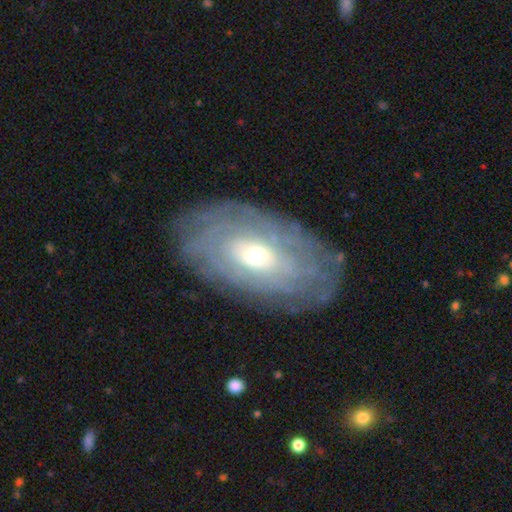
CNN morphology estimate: featured or disk 73%, smooth 20%, star or artifact 6%. Down the decision tree: edge-on disk — no (92%); bar — no (67%); spiral arms — yes (74%); bulge size — moderate (54%); merging — none (82%).